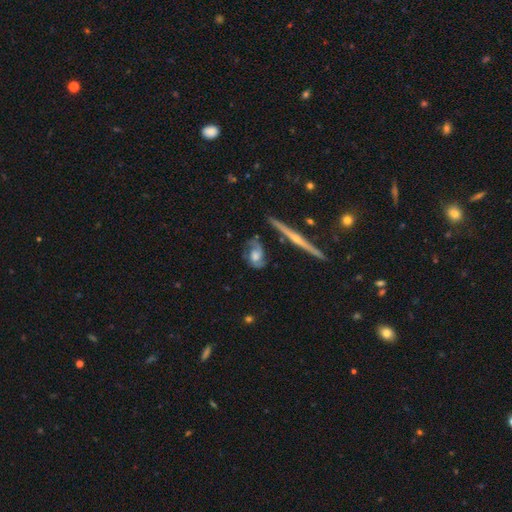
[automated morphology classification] This is likely a featured or disk galaxy (79%). It is clearly not viewed edge-on (88%). Bar: likely no (66%). Spiral arm pattern: clearly yes (92%). Spiral arm count: clearly 2 (82%). Spiral winding: possibly medium (48%). Central bulge: marginally moderate (44%). Merging: possibly none (59%).